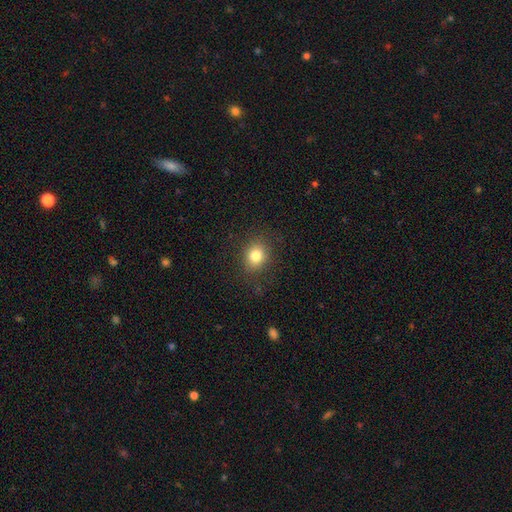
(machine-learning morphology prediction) A smooth galaxy with no disk features (81%) that is round (67%).

Vote fractions:
- Smooth or featured? smooth: 81% / star or artifact: 11% / featured or disk: 8%
- How rounded? round: 67% / in between: 32% / cigar-shaped: 1%
- Merging? none: 85% / minor disturbance: 10% / major disturbance: 4% / merger: 1%